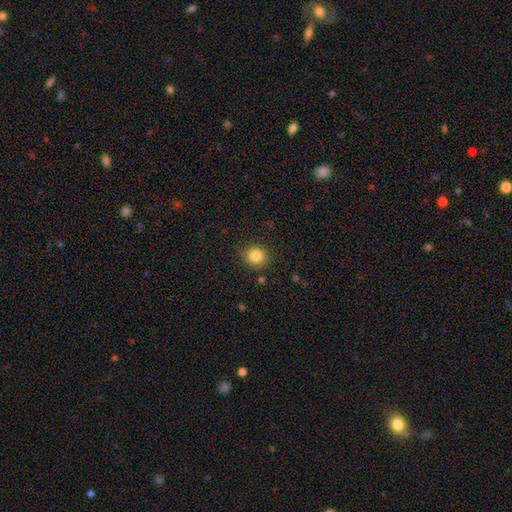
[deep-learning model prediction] smooth 83%, star or artifact 11%, featured or disk 6%. Down the decision tree: how rounded — round (86%); merging — none (87%).